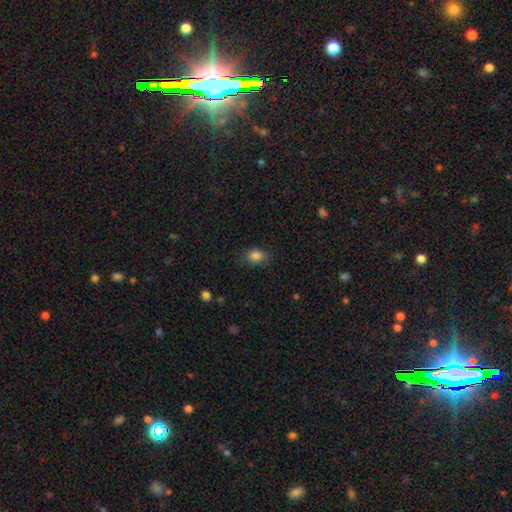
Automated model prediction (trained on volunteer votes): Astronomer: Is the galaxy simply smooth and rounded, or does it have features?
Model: smooth — 84%.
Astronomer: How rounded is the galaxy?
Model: in between — 58% (runner-up: round, 41%).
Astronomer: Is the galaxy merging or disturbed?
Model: none — 73%.